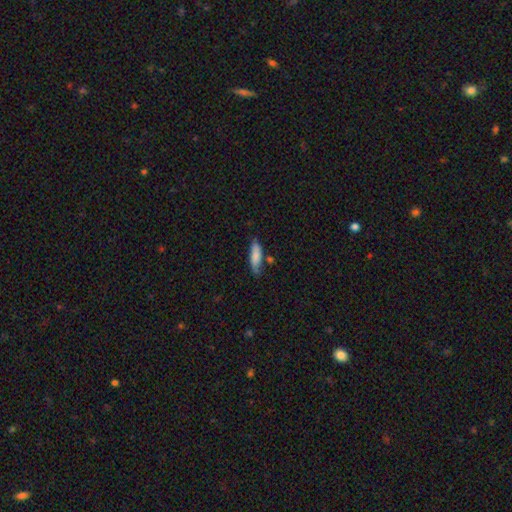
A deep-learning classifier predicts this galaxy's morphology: A smooth galaxy with no disk features (82%) that is cigar-shaped (52%). Merging: none (67%).